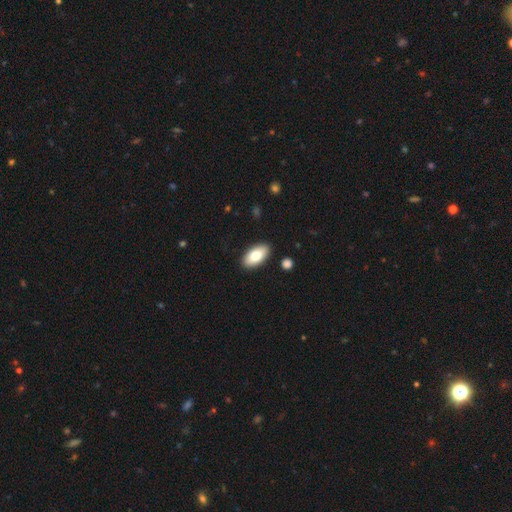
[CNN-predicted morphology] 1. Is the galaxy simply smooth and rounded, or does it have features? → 77% smooth, 16% featured or disk, 6% star or artifact.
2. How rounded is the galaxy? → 92% in between, 5% cigar-shaped, 3% round.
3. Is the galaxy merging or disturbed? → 89% none, 7% minor disturbance, 2% major disturbance, 2% merger.